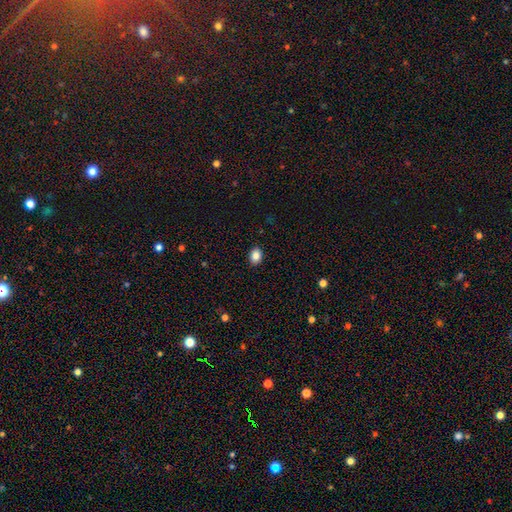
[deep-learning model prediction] smooth-or-featured: smooth: 85% | star or artifact: 9% | featured or disk: 6%
  how-rounded: in between: 67% | round: 32% | cigar-shaped: 1%
  merging: none: 90% | minor disturbance: 7% | major disturbance: 2% | merger: 1%